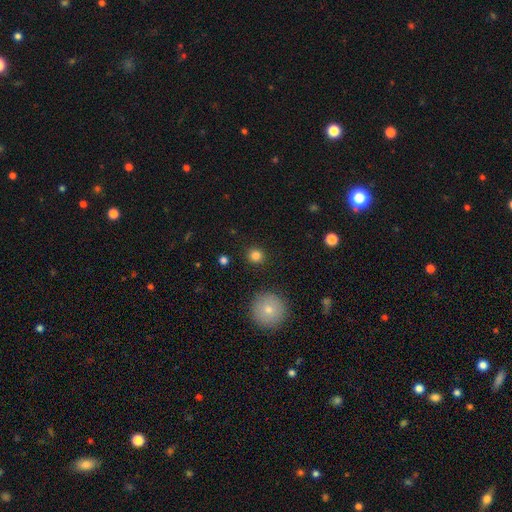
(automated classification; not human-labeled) smooth 82%, star or artifact 12%, featured or disk 6%. Down the decision tree: how rounded — round (91%); merging — none (90%).